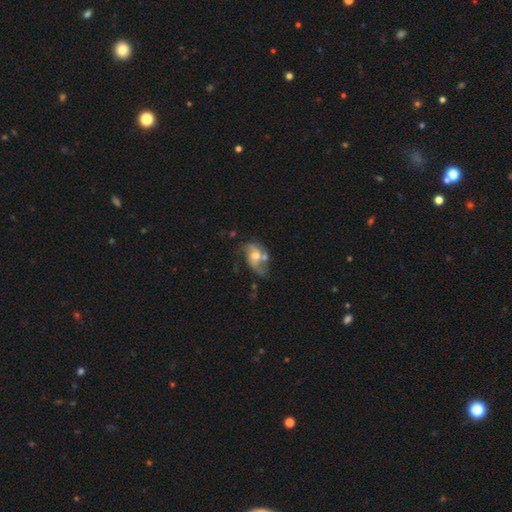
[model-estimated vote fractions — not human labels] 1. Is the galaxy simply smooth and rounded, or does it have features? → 65% featured or disk, 27% smooth, 8% star or artifact.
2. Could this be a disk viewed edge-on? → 96% no, 4% yes.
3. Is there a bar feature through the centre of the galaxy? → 64% no, 29% weak, 7% strong.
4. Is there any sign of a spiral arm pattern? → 74% yes, 26% no.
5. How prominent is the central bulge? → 65% moderate, 17% small, 13% large, 3% none, 2% dominant.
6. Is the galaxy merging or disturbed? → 32% none, 23% major disturbance, 23% merger, 22% minor disturbance.